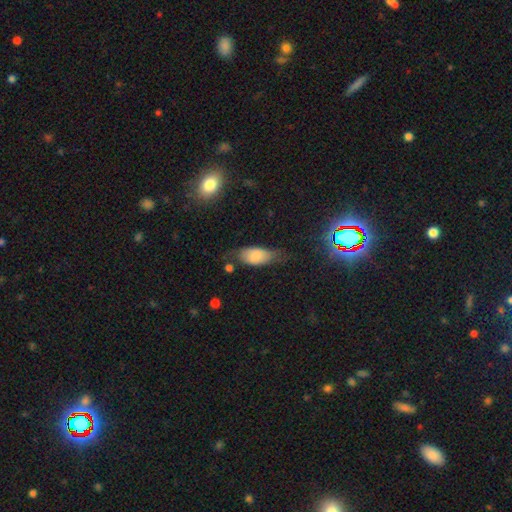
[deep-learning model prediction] This appears to be a smooth galaxy with no disk features (76%) that is in between round and cigar-shaped (84%). Merging: none (48%).